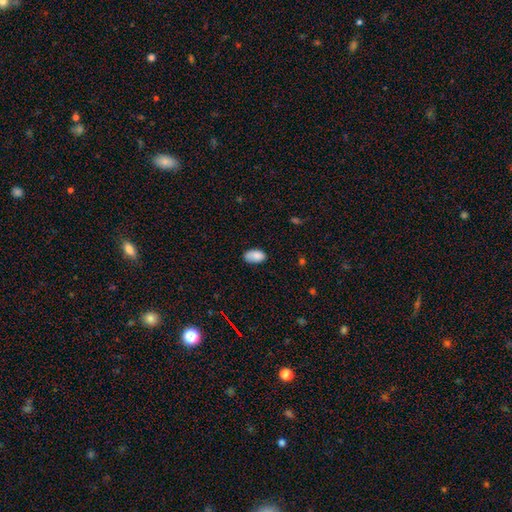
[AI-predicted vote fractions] A smooth galaxy with no disk features (85%) that is in between round and cigar-shaped (94%).

Vote fractions:
- Smooth or featured? smooth: 85% / star or artifact: 8% / featured or disk: 7%
- How rounded? in between: 94% / round: 5% / cigar-shaped: 2%
- Merging? none: 68% / minor disturbance: 25% / major disturbance: 5% / merger: 2%